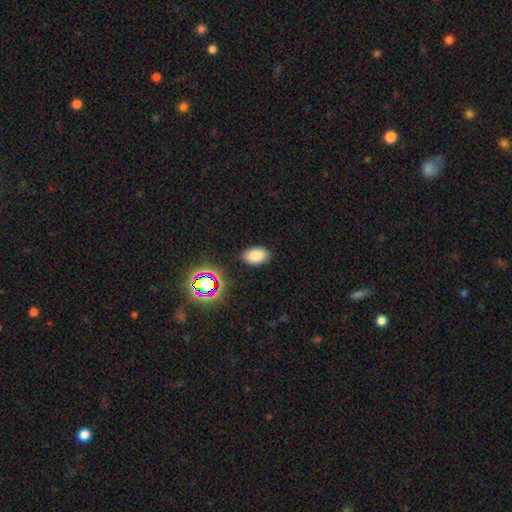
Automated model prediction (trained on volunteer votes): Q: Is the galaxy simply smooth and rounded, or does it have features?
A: smooth — 80%.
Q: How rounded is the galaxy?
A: in between — 90%.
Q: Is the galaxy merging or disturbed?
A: none — 87%.